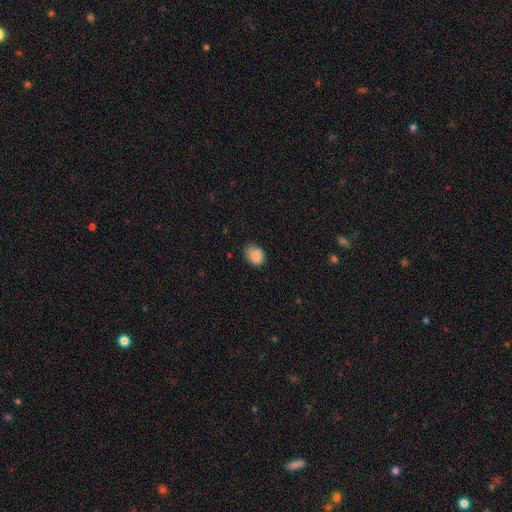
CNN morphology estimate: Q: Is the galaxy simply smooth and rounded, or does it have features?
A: smooth — 86%.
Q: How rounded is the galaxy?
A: in between — 60%.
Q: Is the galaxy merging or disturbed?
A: none — 70%.